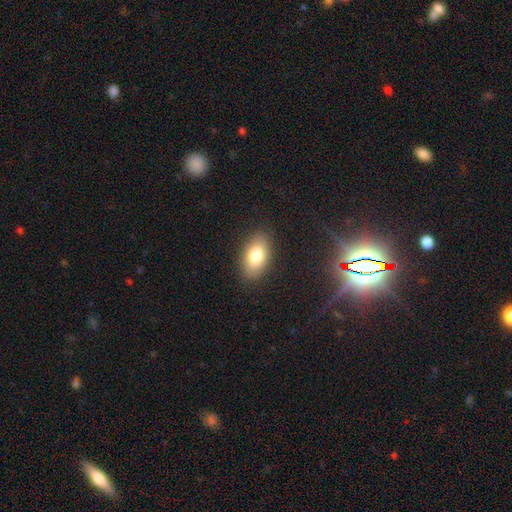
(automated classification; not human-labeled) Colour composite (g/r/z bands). It shows a smooth galaxy with no disk features (80%) that is in between round and cigar-shaped (92%). Merging: none (87%).